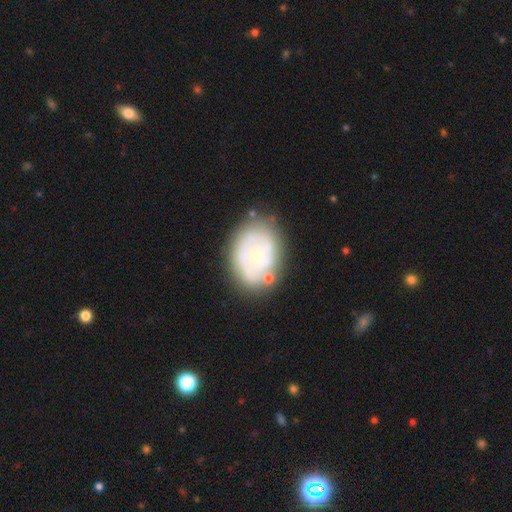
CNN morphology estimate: featured or disk 58%, smooth 35%, star or artifact 7%. Down the decision tree: edge-on disk — no (97%); bar — no (81%); spiral arms — yes (57%); bulge size — small (65%); merging — none (66%).